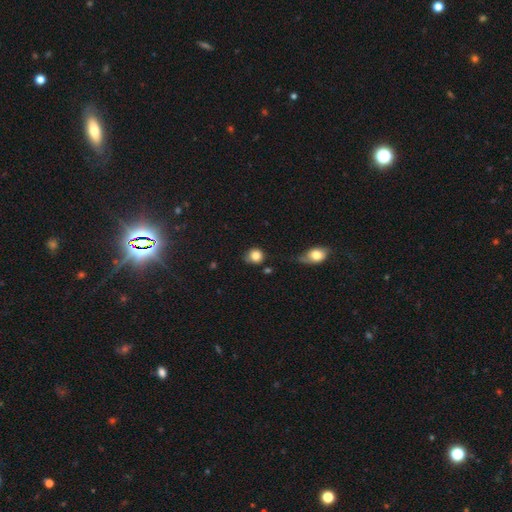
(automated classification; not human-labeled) Smooth or featured?
  - smooth: 83% *
  - star or artifact: 9%
  - featured or disk: 8%
How rounded?
  - round: 84% *
  - in between: 15%
  - cigar-shaped: 1%
Merging?
  - none: 61% *
  - minor disturbance: 26%
  - major disturbance: 8%
  - merger: 5%